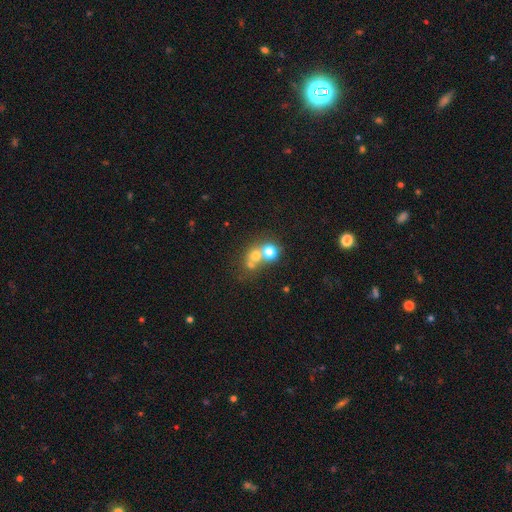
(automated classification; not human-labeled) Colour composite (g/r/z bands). It shows a smooth galaxy with no disk features (63%) that is round (82%). Merging: merger (54%).